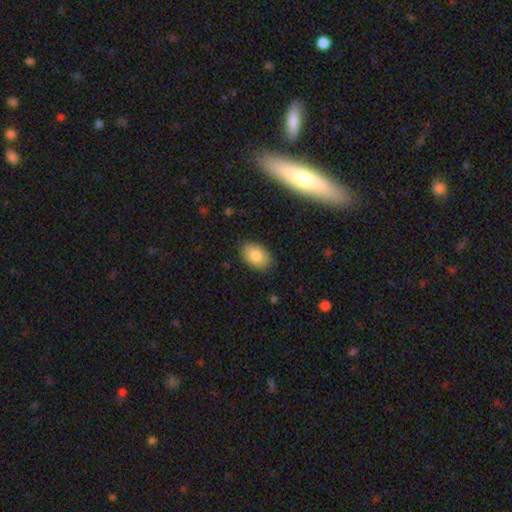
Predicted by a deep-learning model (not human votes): smooth_or_featured: smooth (p=0.81) [alt: featured or disk p=0.11]
how_rounded: in between (p=0.87) [alt: round p=0.12]
merging: none (p=0.85) [alt: minor disturbance p=0.11]